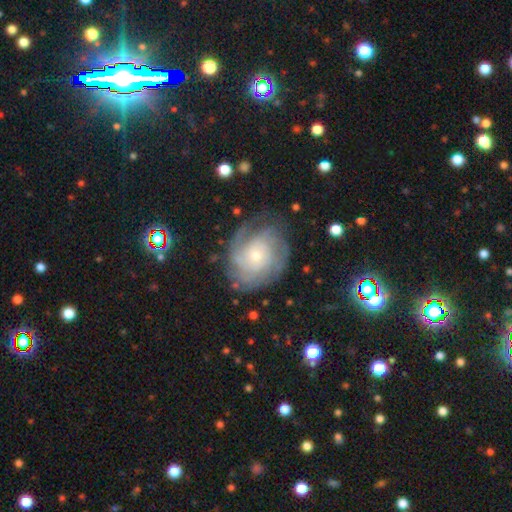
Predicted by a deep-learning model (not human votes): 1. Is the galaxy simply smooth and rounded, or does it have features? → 78% featured or disk, 13% smooth, 8% star or artifact.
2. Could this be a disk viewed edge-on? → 97% no, 3% yes.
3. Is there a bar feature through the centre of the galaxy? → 80% no, 17% weak, 3% strong.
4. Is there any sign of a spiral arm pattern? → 94% yes, 6% no.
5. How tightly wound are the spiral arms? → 65% tight, 27% medium, 8% loose.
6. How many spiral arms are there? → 41% can't tell, 17% 3, 15% 2, 13% 4, 8% more than 4, 6% 1.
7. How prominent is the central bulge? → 69% small, 25% moderate, 3% large, 2% none, 1% dominant.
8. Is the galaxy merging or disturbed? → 72% none, 18% minor disturbance, 9% major disturbance, 1% merger.